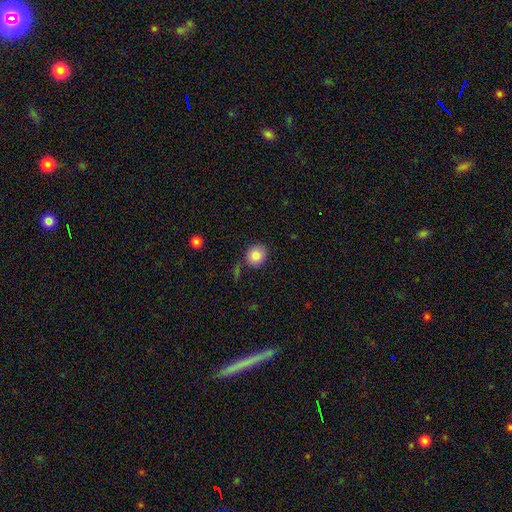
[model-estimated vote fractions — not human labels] A smooth galaxy with no disk features (85%) that is round (74%). Merging: none (80%).